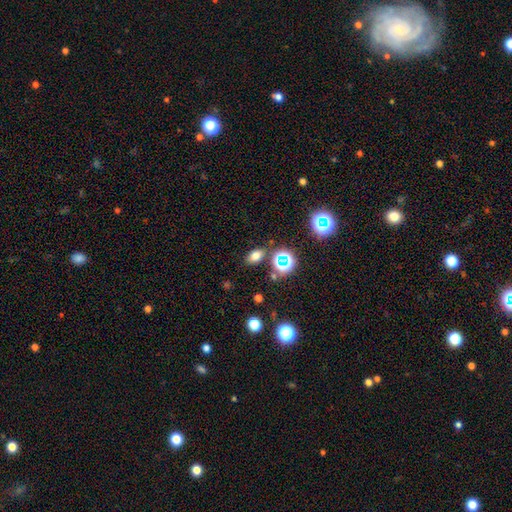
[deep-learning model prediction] Q: Smooth or featured?
A: smooth (71%); runner-up: star or artifact (20%)
Q: How rounded?
A: in between (80%); runner-up: round (18%)
Q: Merging?
A: none (82%); runner-up: minor disturbance (10%)